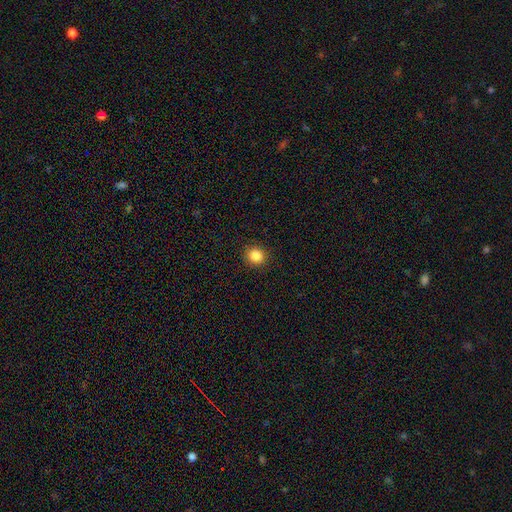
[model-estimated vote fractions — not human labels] This appears to be a smooth galaxy with no disk features (85%) that is round (90%). Merging: none (92%).